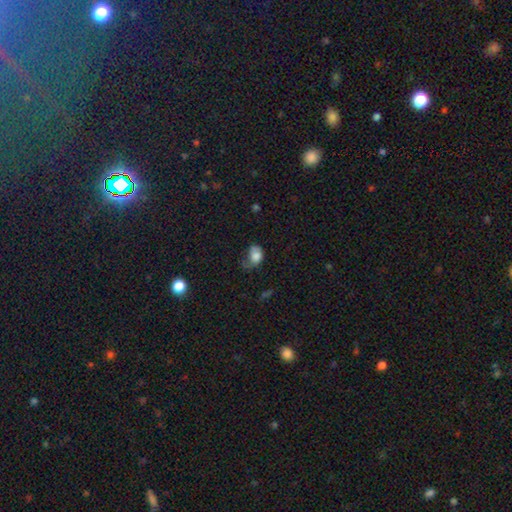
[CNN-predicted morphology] The model was most divided on "merging": major disturbance: 36%, minor disturbance: 35%, none: 26%, merger: 3%. More confident: smooth or featured — smooth (77%); how rounded — in between (75%).